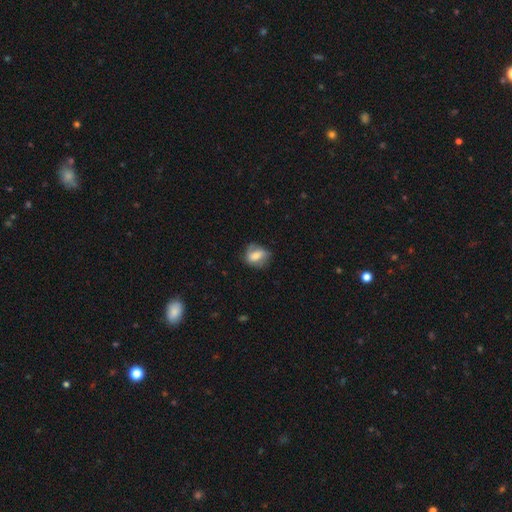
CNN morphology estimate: Smooth or featured? smooth (60%)
How rounded? in between (56%)
Merging? none (62%)